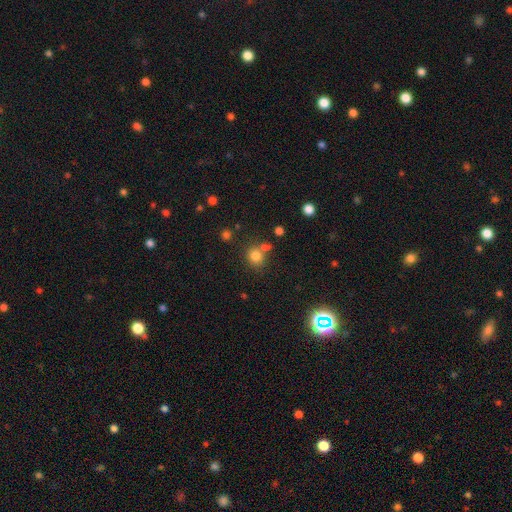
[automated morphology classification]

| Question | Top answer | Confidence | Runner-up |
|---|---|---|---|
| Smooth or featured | smooth | 79% | star or artifact (15%) |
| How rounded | round | 81% | in between (18%) |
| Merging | none | 63% | merger (22%) |